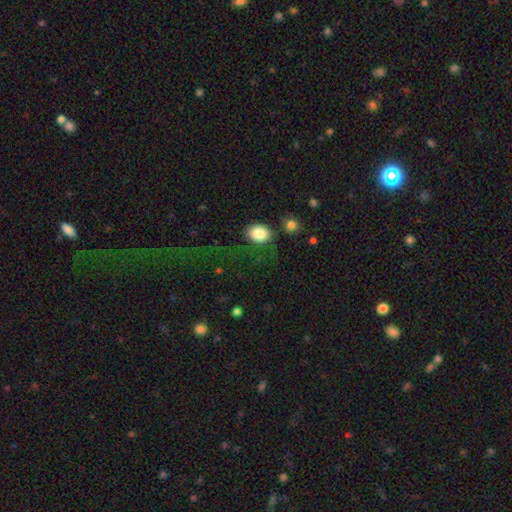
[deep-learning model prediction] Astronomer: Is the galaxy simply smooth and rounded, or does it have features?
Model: star or artifact — 57%.